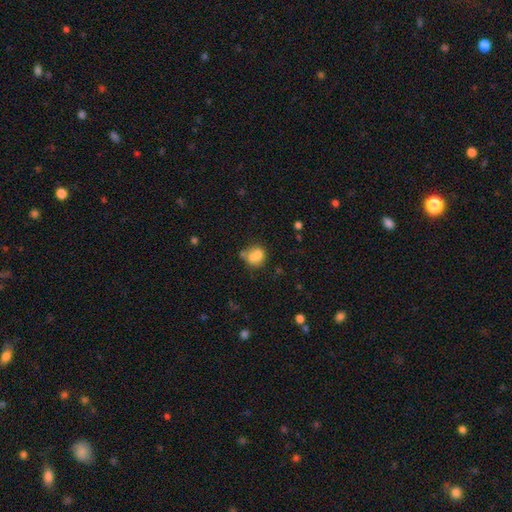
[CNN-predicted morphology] smooth_or_featured: smooth (p=0.68) [alt: featured or disk p=0.20]
how_rounded: round (p=0.68) [alt: in between p=0.31]
merging: merger (p=0.43) [alt: none p=0.36]